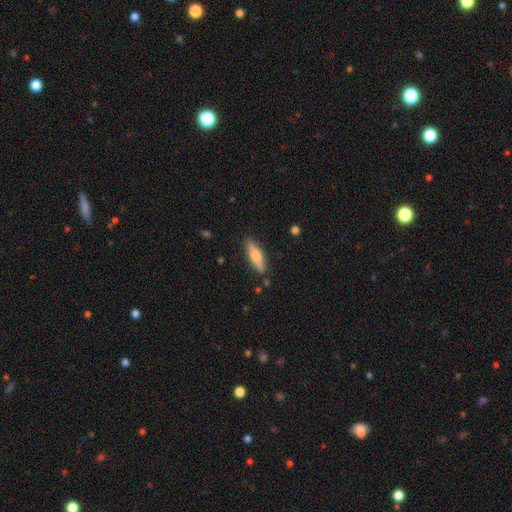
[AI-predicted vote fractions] Smooth or featured? smooth (56%)
How rounded? cigar-shaped (59%)
Merging? none (86%)